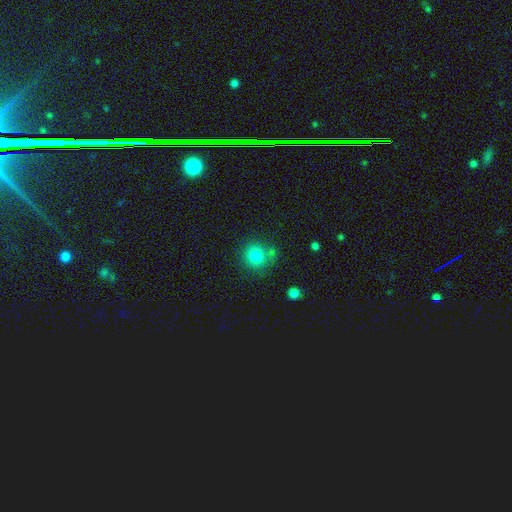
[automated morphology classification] A smooth galaxy with no disk features (82%) that is round (89%). Merging: none (73%).